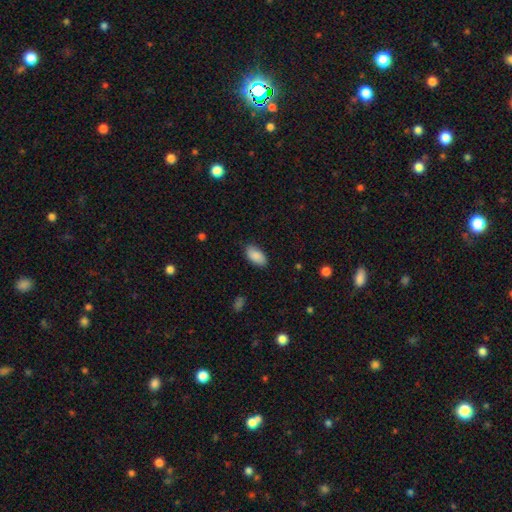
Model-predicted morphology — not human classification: This is clearly a smooth galaxy (88%). How rounded: clearly in between (95%). Merging: clearly none (85%).